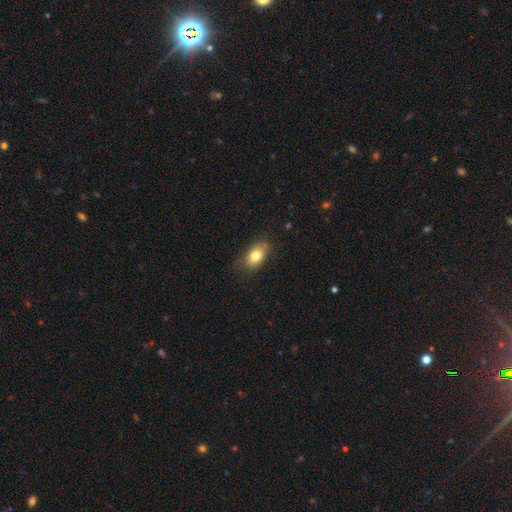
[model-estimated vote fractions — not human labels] A smooth galaxy with no disk features (79%) that is in between round and cigar-shaped (86%). Merging: none (77%).